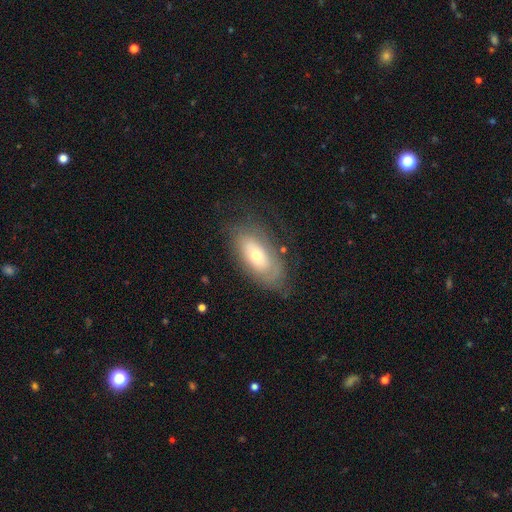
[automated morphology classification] This appears to be a smooth galaxy with no disk features (46%, tied with featured or disk). Merging: none (66%).